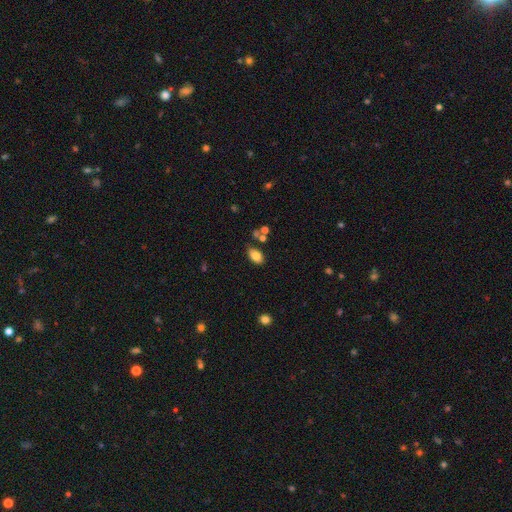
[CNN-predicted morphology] smooth 82%, featured or disk 9%, star or artifact 9%. Down the decision tree: how rounded — in between (91%); merging — none (72%).